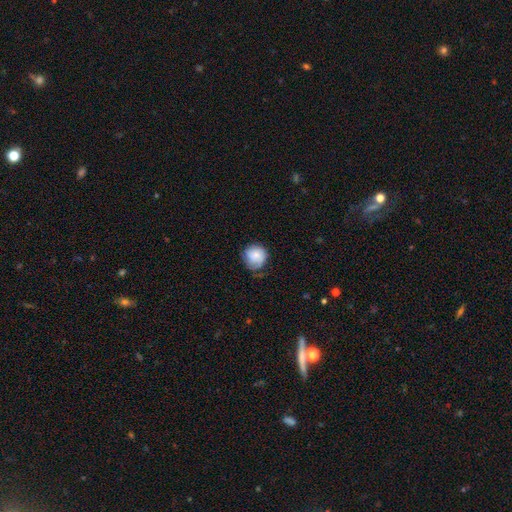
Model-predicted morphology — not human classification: Smooth or featured? Predicted: smooth (p=0.70). How rounded? Predicted: round (p=0.86). Merging? Predicted: none (p=0.54).